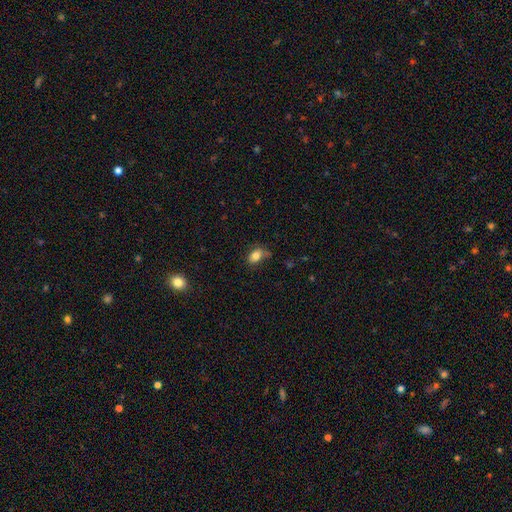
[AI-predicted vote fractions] The model was most divided on "merging": none: 60%, minor disturbance: 26%, major disturbance: 8%, merger: 5%. More confident: smooth or featured — smooth (81%); how rounded — in between (74%).